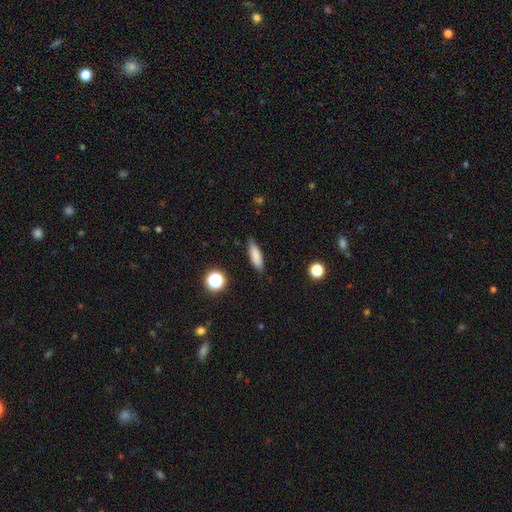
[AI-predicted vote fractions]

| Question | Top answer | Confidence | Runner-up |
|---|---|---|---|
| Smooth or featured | smooth | 82% | featured or disk (9%) |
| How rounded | cigar-shaped | 56% | in between (41%) |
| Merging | none | 85% | minor disturbance (11%) |